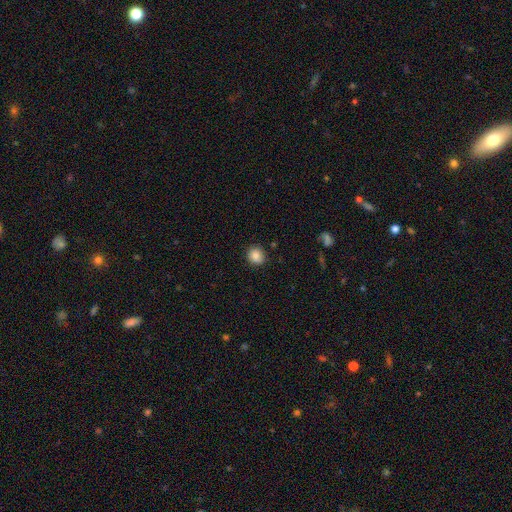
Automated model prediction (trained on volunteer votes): Smooth or featured? Predicted: smooth (p=0.86). How rounded? Predicted: round (p=0.84). Merging? Predicted: none (p=0.87).